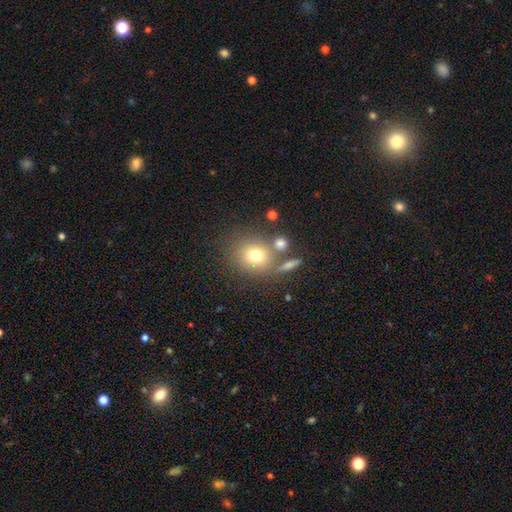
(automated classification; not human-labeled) smooth 73%, star or artifact 14%, featured or disk 14%. Down the decision tree: how rounded — round (79%); merging — none (68%).